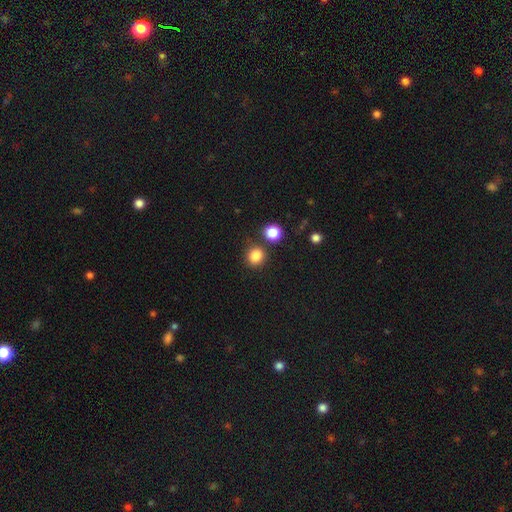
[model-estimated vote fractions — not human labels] This is clearly a smooth galaxy (84%). How rounded: clearly round (80%). Merging: likely none (80%).